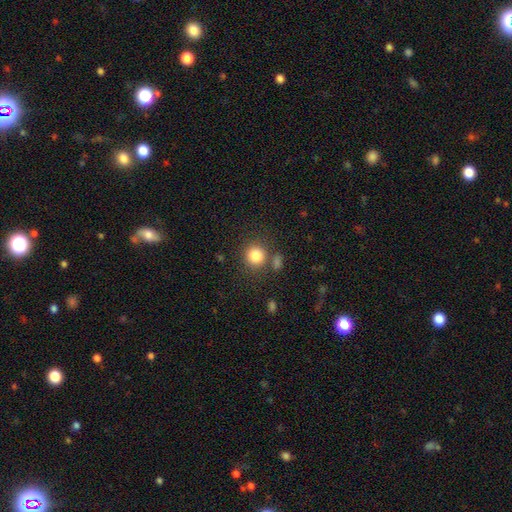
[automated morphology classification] A smooth galaxy with no disk features (84%) that is round (89%). Merging: none (76%).